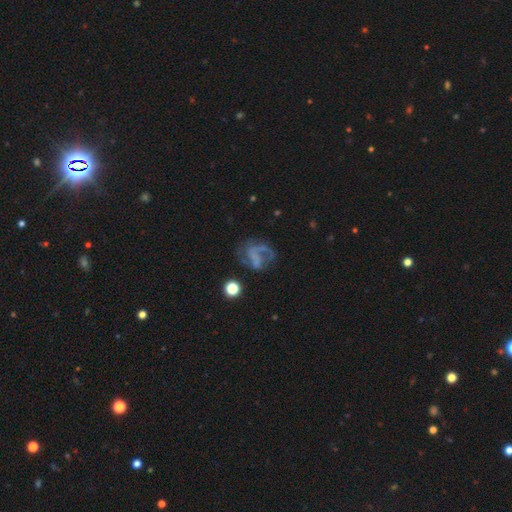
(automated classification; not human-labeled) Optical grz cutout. It shows a featured or disk galaxy (65%) with no bar (56%), spiral arms (70%) and no central bulge (78%). Merging: none (43%).